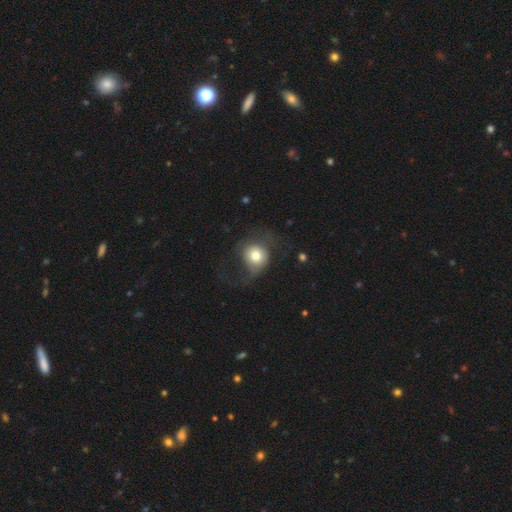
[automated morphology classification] Smooth or featured?
  - smooth: 67% *
  - featured or disk: 24%
  - star or artifact: 9%
How rounded?
  - round: 76% *
  - in between: 23%
  - cigar-shaped: 1%
Merging?
  - none: 39% *
  - major disturbance: 38%
  - minor disturbance: 21%
  - merger: 2%